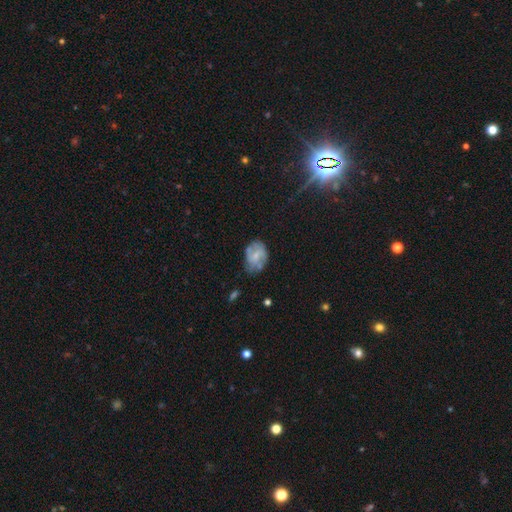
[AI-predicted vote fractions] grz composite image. It shows a featured or disk galaxy (54%) with a weak bar (46%), spiral arms (74%) and a small central bulge (45%). Merging: none (55%).